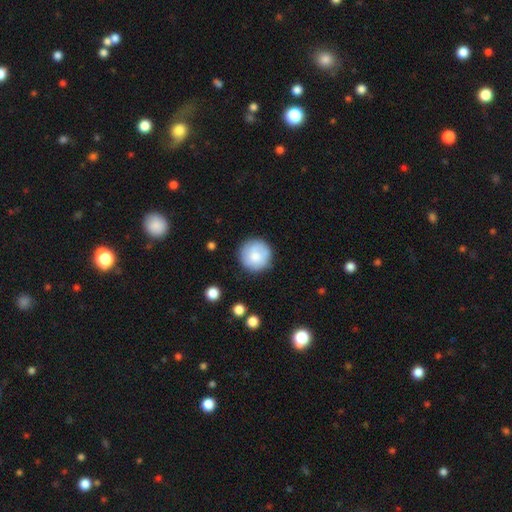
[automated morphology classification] Smooth or featured?
  - smooth: 80% *
  - featured or disk: 13%
  - star or artifact: 7%
How rounded?
  - round: 96% *
  - in between: 3%
  - cigar-shaped: 1%
Merging?
  - none: 86% *
  - minor disturbance: 10%
  - major disturbance: 3%
  - merger: 2%